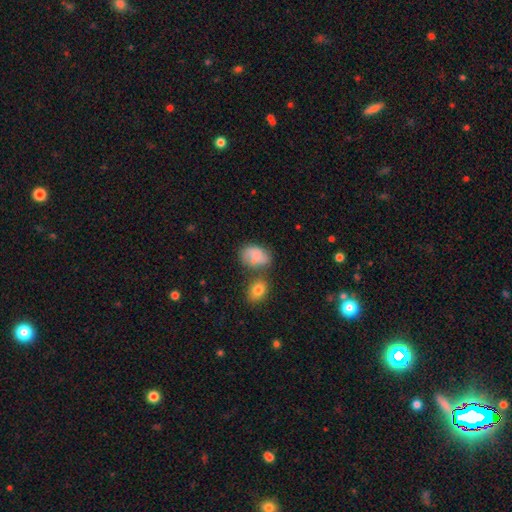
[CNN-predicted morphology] The model was most divided on "merging": none: 46%, minor disturbance: 24%, merger: 20%, major disturbance: 10%. More confident: how rounded — in between (81%); smooth or featured — smooth (72%).